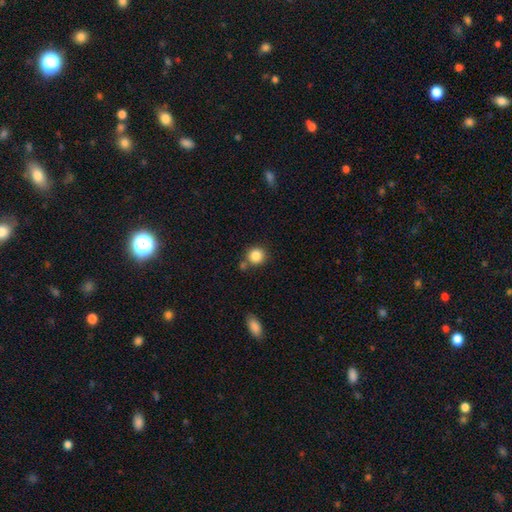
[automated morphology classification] Smooth or featured?
  - smooth: 85% *
  - star or artifact: 10%
  - featured or disk: 5%
How rounded?
  - round: 89% *
  - in between: 10%
  - cigar-shaped: 1%
Merging?
  - none: 72% *
  - merger: 15%
  - minor disturbance: 10%
  - major disturbance: 3%